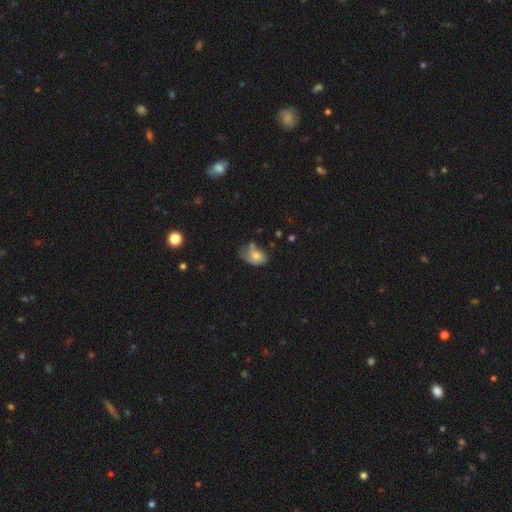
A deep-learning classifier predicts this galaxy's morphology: This appears to be a smooth galaxy with no disk features (59%) that is in between round and cigar-shaped (83%). Merging: minor disturbance (34%).